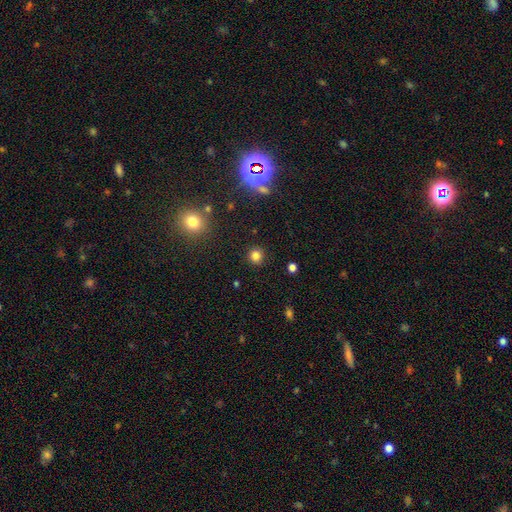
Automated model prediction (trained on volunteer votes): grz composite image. It shows a smooth galaxy with no disk features (81%) that is round (91%). Merging: none (90%).